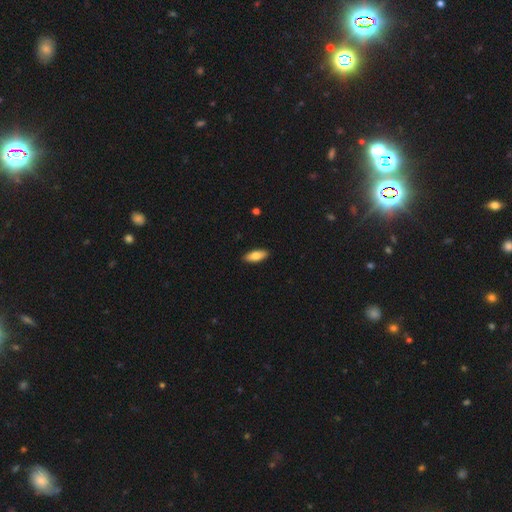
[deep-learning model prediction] smooth-or-featured: smooth: 77% | featured or disk: 17% | star or artifact: 6%
  how-rounded: in between: 77% | cigar-shaped: 21% | round: 2%
  merging: none: 90% | minor disturbance: 7% | major disturbance: 1% | merger: 1%